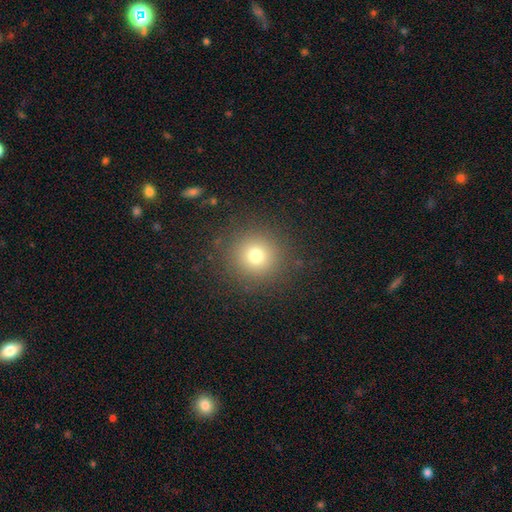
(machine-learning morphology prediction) Smooth or featured: smooth — 75% (star or artifact — 16%)
How rounded: round — 94% (in between — 5%)
Merging: none — 89% (minor disturbance — 7%)